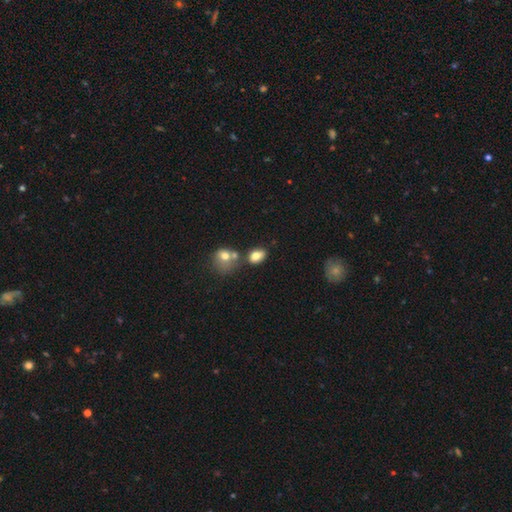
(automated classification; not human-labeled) Overall: smooth (77%). How rounded: in between (81%). Merging: none (54%; merger 28%).